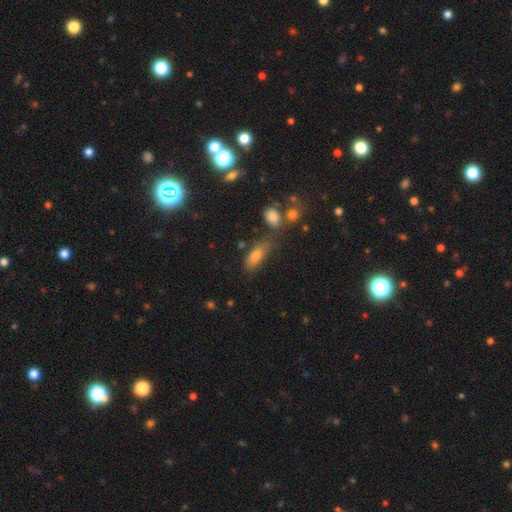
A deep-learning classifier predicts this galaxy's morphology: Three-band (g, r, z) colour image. It shows a smooth galaxy with no disk features (75%) that is in between round and cigar-shaped (76%). Merging: none (55%).